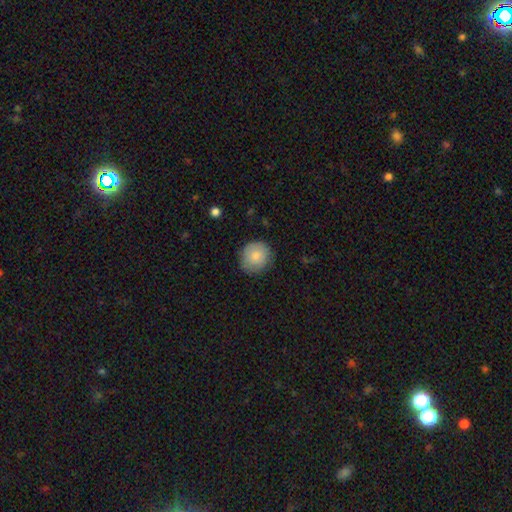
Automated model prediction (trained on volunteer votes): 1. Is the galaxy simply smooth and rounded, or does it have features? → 82% smooth, 11% featured or disk, 7% star or artifact.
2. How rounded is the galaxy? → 91% round, 8% in between, 1% cigar-shaped.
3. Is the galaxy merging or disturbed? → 82% none, 14% minor disturbance, 3% major disturbance, 1% merger.